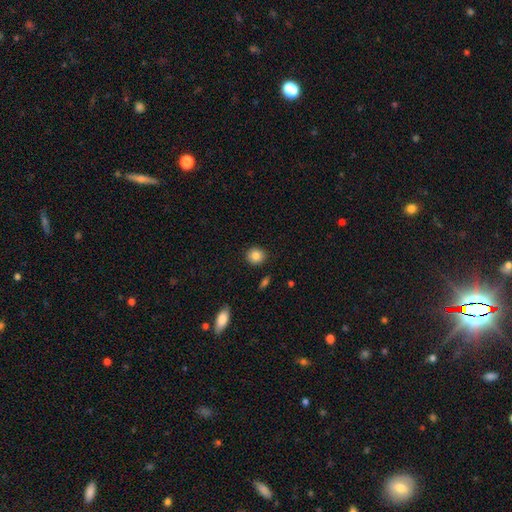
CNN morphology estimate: This appears to be a smooth galaxy with no disk features (85%) that is round (85%). Merging: none (89%).